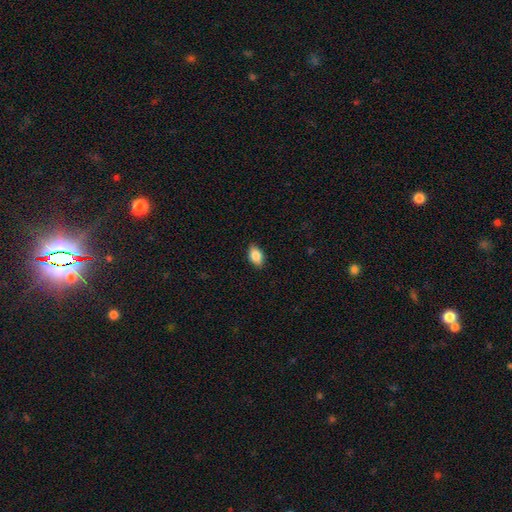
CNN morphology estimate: A smooth galaxy with no disk features (82%) that is in between round and cigar-shaped (88%). Merging: none (86%).